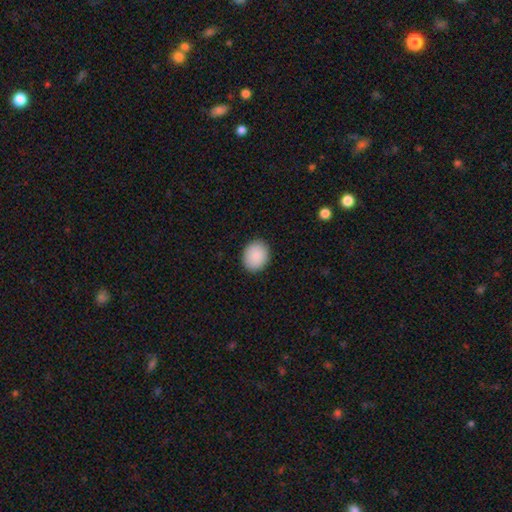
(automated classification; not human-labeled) Morphology: type=smooth (88%); roundness=round (56%); merging=none (90%).